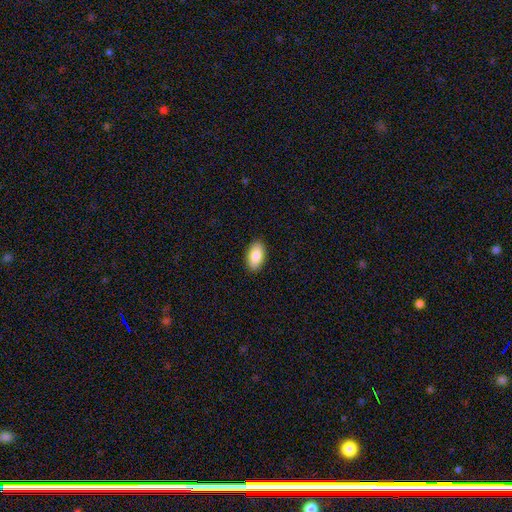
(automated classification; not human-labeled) Q: Smooth or featured?
A: smooth (85%); runner-up: featured or disk (8%)
Q: How rounded?
A: in between (94%); runner-up: round (3%)
Q: Merging?
A: none (90%); runner-up: minor disturbance (8%)